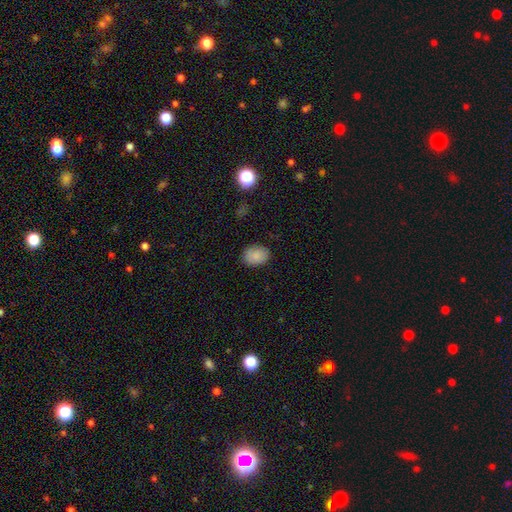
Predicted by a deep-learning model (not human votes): Morphology: type=smooth (87%); roundness=in between (66%); merging=none (86%).